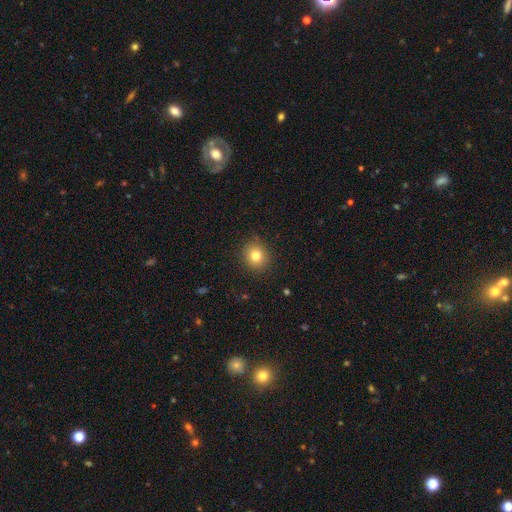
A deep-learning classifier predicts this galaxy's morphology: Smooth or featured? Predicted: smooth (p=0.80). How rounded? Predicted: round (p=0.86). Merging? Predicted: none (p=0.89).